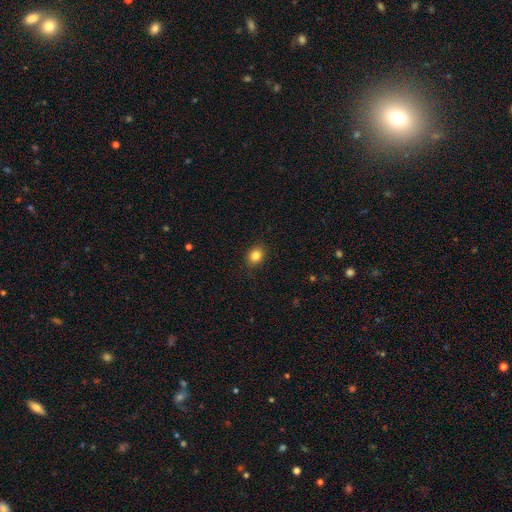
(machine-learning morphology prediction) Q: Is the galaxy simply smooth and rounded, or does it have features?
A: smooth — 84%.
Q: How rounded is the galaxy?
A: round — 57%.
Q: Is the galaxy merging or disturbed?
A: none — 88%.